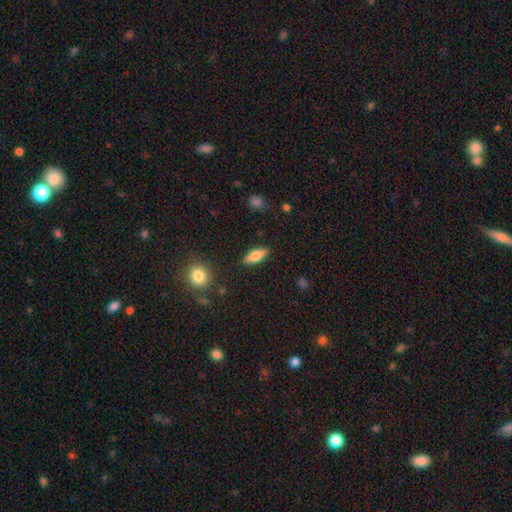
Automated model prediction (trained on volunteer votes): smooth_or_featured: smooth (p=0.59) [alt: featured or disk p=0.34]
how_rounded: in between (p=0.58) [alt: cigar-shaped p=0.38]
merging: none (p=0.86) [alt: minor disturbance p=0.10]